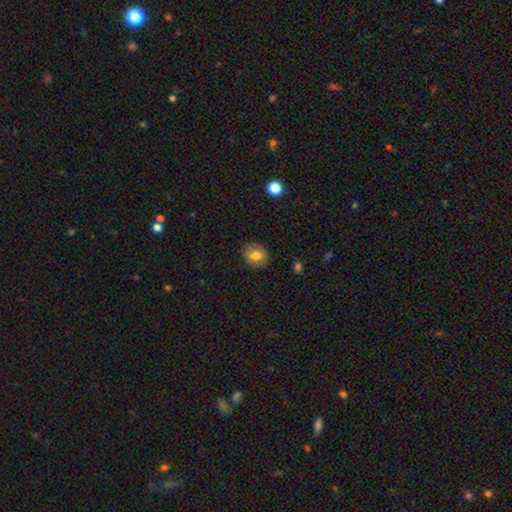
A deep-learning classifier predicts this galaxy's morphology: type=smooth (70%); roundness=round (57%); merging=none (85%).